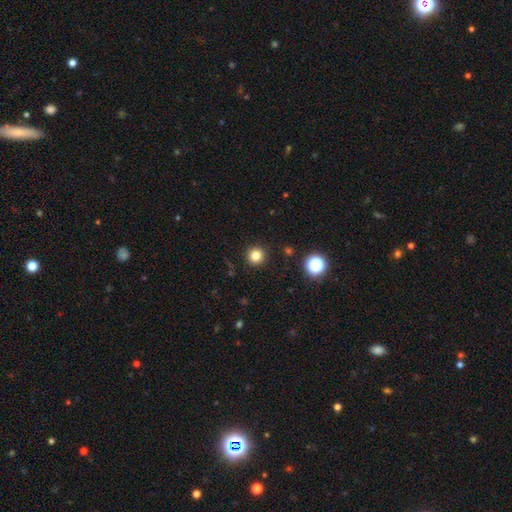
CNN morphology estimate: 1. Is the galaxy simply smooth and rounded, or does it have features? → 81% smooth, 13% star or artifact, 5% featured or disk.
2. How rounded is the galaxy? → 95% round, 4% in between, 1% cigar-shaped.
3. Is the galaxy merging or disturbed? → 92% none, 5% minor disturbance, 2% major disturbance, 1% merger.